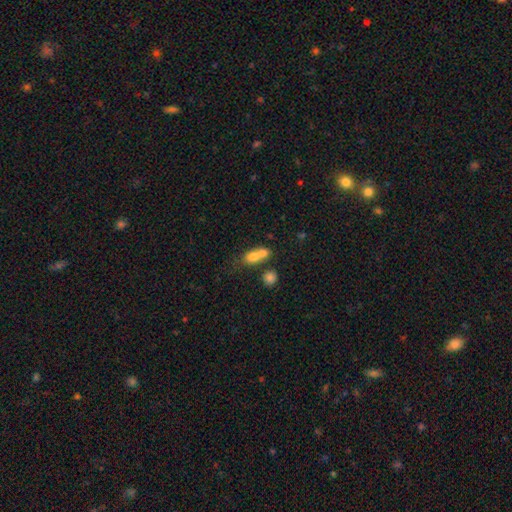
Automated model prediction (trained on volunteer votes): This is likely a smooth galaxy (71%). How rounded: likely in between (65%). Merging: likely merger (62%).